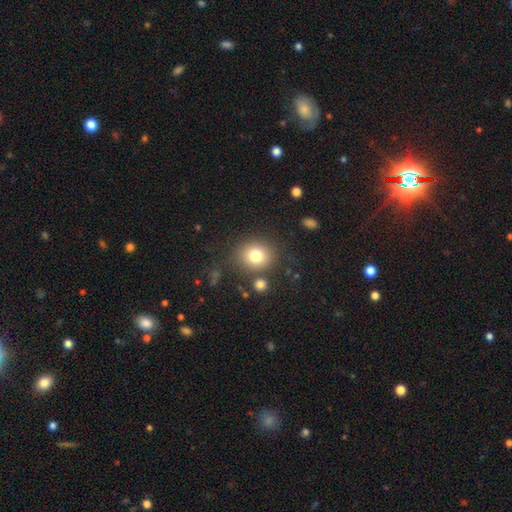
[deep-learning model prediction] Q: Smooth or featured?
A: smooth (77%); runner-up: star or artifact (12%)
Q: How rounded?
A: round (78%); runner-up: in between (21%)
Q: Merging?
A: none (78%); runner-up: minor disturbance (11%)